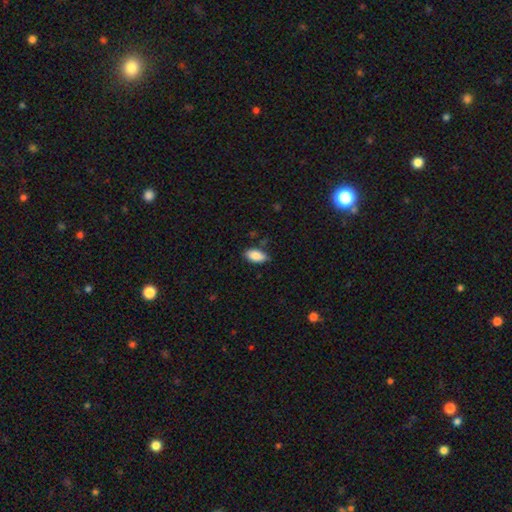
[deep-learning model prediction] This is clearly a smooth galaxy (88%). How rounded: clearly in between (92%). Merging: likely none (75%).